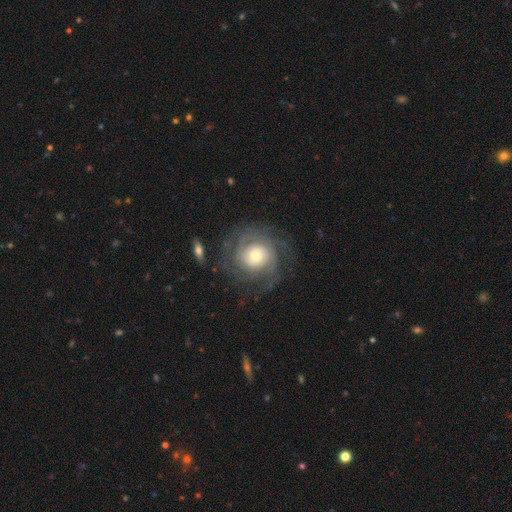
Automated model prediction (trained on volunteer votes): featured or disk 84%, smooth 10%, star or artifact 6%. Down the decision tree: edge-on disk — no (98%); bar — no (74%); spiral arms — yes (95%); spiral arm count — can't tell (27%); spiral winding — tight (66%); bulge size — moderate (53%); merging — none (76%).